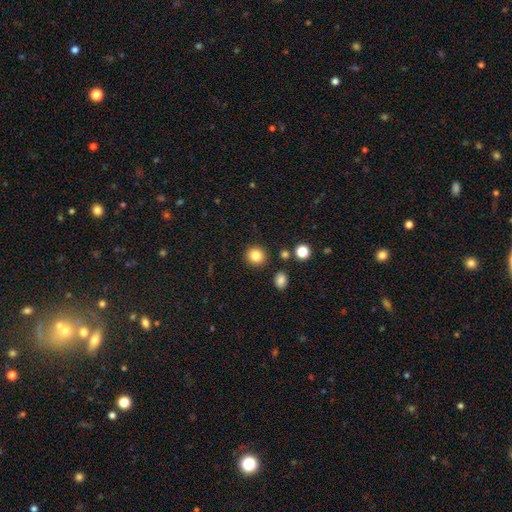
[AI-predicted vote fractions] This appears to be a smooth galaxy with no disk features (84%) that is round (90%). Merging: none (89%).